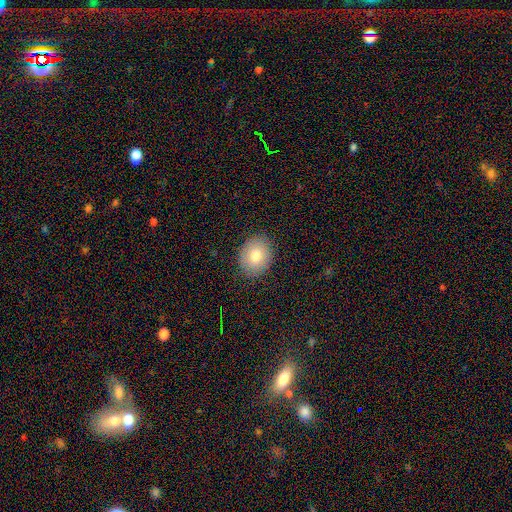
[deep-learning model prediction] Q: Smooth or featured?
A: smooth (79%); runner-up: featured or disk (12%)
Q: How rounded?
A: round (51%); runner-up: in between (48%)
Q: Merging?
A: none (88%); runner-up: minor disturbance (9%)